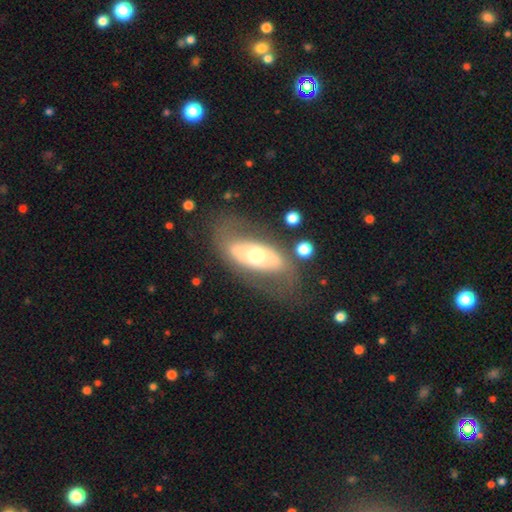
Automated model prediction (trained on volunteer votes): featured or disk 61%, smooth 33%, star or artifact 6%. Down the decision tree: edge-on disk — no (87%); bar — no (70%); spiral arms — no (62%); bulge size — moderate (68%); merging — none (68%).